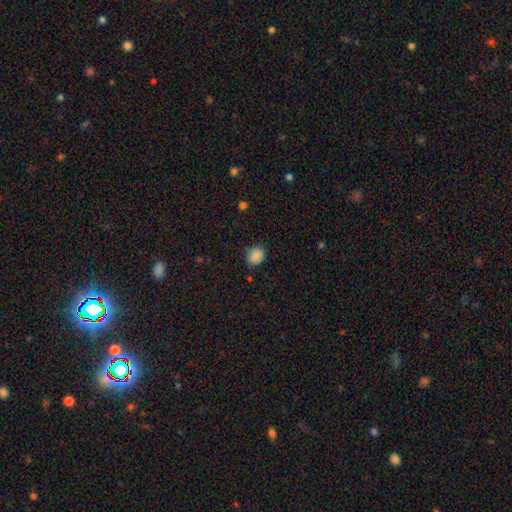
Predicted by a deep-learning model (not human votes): smooth_or_featured: smooth (p=0.88) [alt: star or artifact p=0.09]
how_rounded: round (p=0.62) [alt: in between p=0.37]
merging: none (p=0.84) [alt: minor disturbance p=0.12]